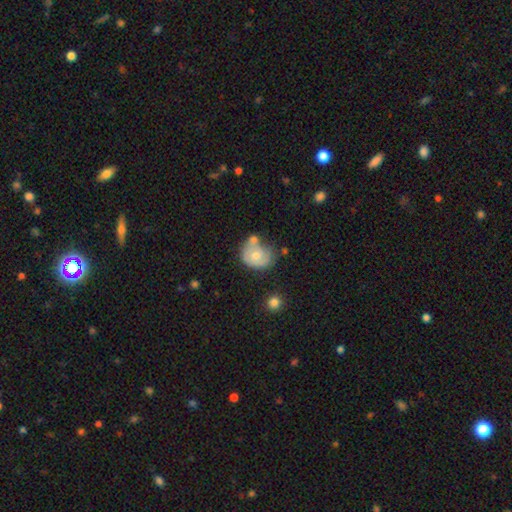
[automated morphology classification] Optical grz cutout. It shows a smooth galaxy with no disk features (57%) that is round (62%). Merging: none (34%).